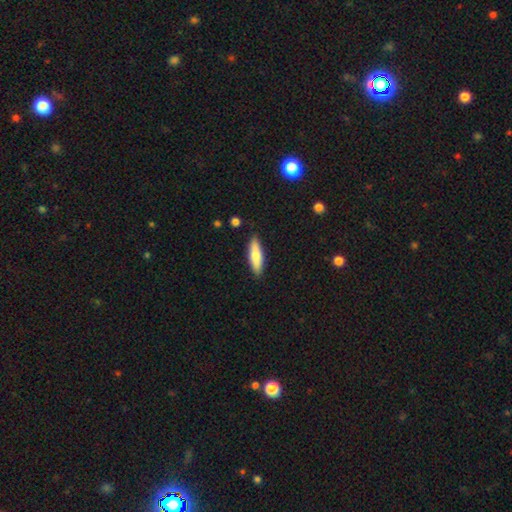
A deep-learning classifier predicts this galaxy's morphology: A smooth galaxy with no disk features (74%) that is cigar-shaped (61%). Merging: none (88%).